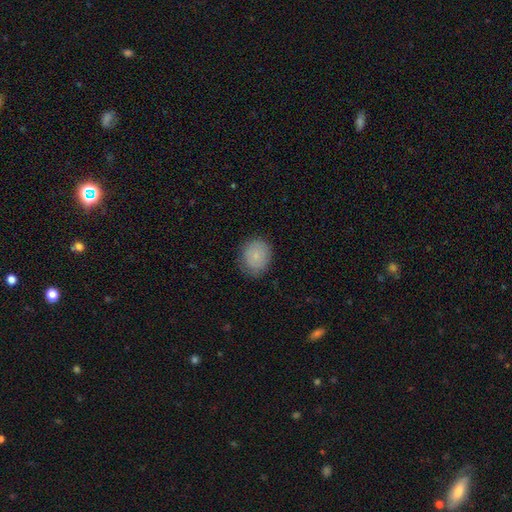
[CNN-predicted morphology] This appears to be a smooth galaxy with no disk features (78%) that is round (64%). Merging: none (77%).